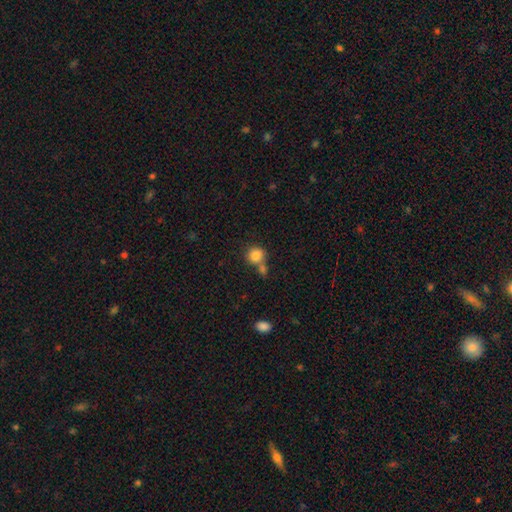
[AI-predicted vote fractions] A smooth galaxy with no disk features (84%) that is round (87%).

Vote fractions:
- Smooth or featured? smooth: 84% / star or artifact: 10% / featured or disk: 7%
- How rounded? round: 87% / in between: 12% / cigar-shaped: 1%
- Merging? none: 55% / merger: 32% / minor disturbance: 10% / major disturbance: 4%